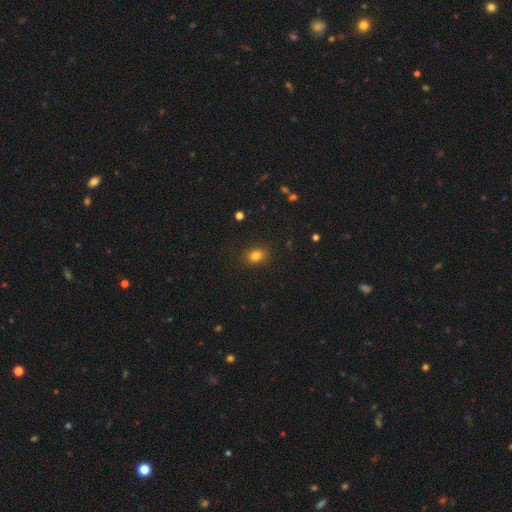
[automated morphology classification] smooth_or_featured: smooth (p=0.82) [alt: star or artifact p=0.13]
how_rounded: in between (p=0.60) [alt: round p=0.39]
merging: none (p=0.86) [alt: minor disturbance p=0.10]